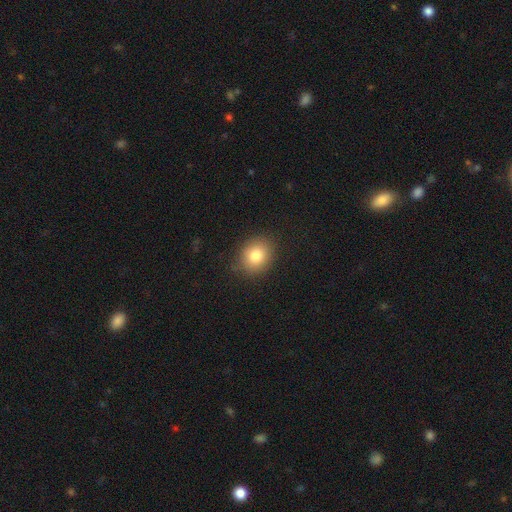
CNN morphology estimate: smooth-or-featured: smooth: 81% | star or artifact: 10% | featured or disk: 9%
  how-rounded: round: 59% | in between: 40% | cigar-shaped: 1%
  merging: none: 85% | minor disturbance: 11% | major disturbance: 3% | merger: 1%